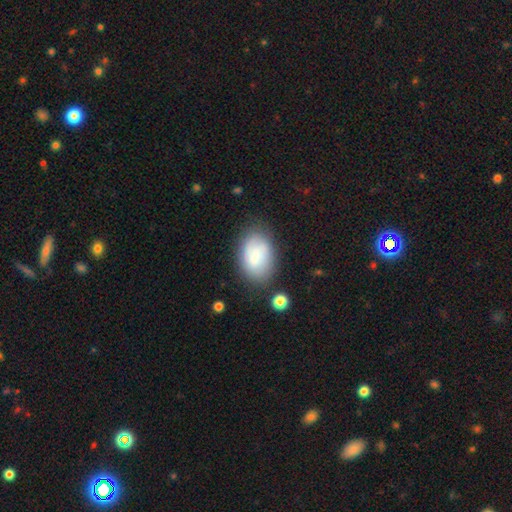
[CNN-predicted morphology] Q: Smooth or featured?
A: smooth (70%); runner-up: featured or disk (22%)
Q: How rounded?
A: in between (86%); runner-up: round (12%)
Q: Merging?
A: none (69%); runner-up: minor disturbance (20%)